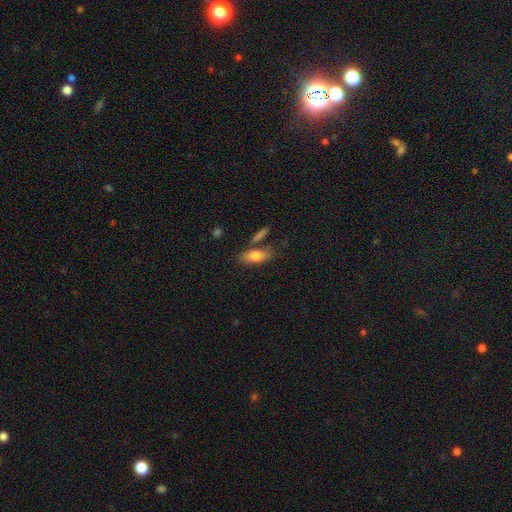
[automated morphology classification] Smooth or featured?
  - smooth: 76% *
  - featured or disk: 17%
  - star or artifact: 7%
How rounded?
  - in between: 74% *
  - cigar-shaped: 22%
  - round: 4%
Merging?
  - none: 68% *
  - minor disturbance: 14%
  - merger: 14%
  - major disturbance: 4%